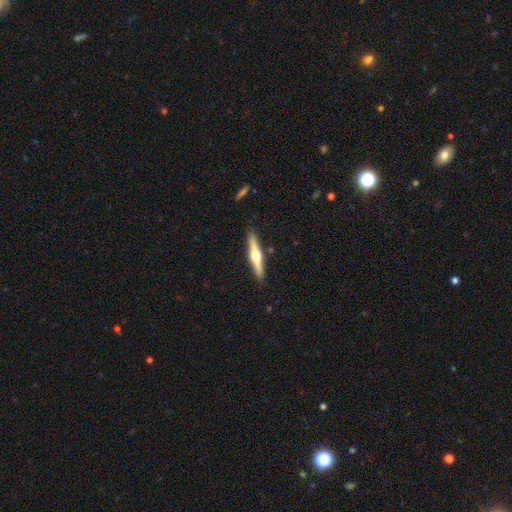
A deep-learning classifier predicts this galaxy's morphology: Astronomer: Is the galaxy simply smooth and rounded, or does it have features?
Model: featured or disk — 66%.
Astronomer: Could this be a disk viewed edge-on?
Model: yes — 97%.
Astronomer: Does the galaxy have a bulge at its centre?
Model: rounded — 95%.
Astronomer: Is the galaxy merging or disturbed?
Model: none — 90%.